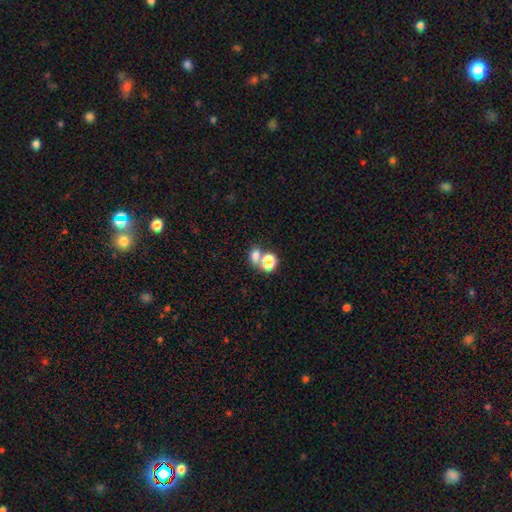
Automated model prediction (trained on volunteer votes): Smooth or featured?
  - smooth: 72% *
  - star or artifact: 19%
  - featured or disk: 9%
How rounded?
  - round: 53% *
  - in between: 45%
  - cigar-shaped: 1%
Merging?
  - none: 49% *
  - merger: 40%
  - minor disturbance: 7%
  - major disturbance: 4%